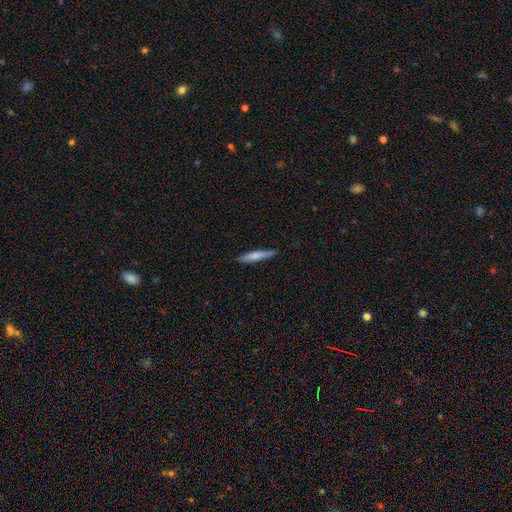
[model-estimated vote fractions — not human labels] A smooth galaxy with no disk features (67%) that is cigar-shaped (89%). Merging: none (84%).